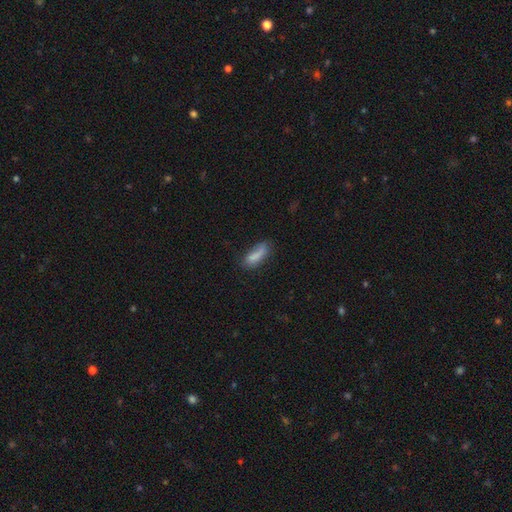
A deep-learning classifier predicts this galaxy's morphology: Overall: smooth (79%). How rounded: in between (65%; cigar-shaped 33%). Merging: none (55%; minor disturbance 29%).